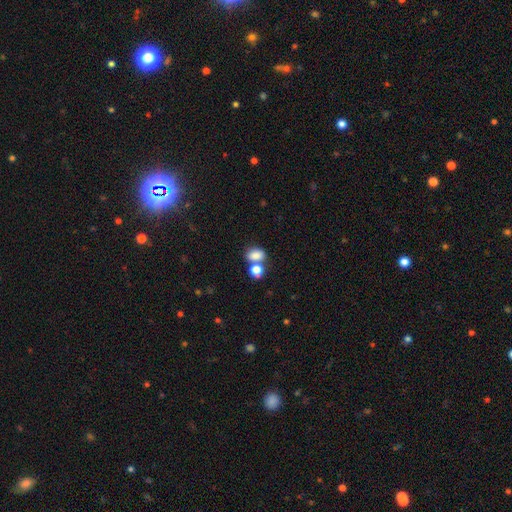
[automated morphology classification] Smooth or featured? Predicted: smooth (p=0.81). How rounded? Predicted: in between (p=0.73). Merging? Predicted: merger (p=0.43).